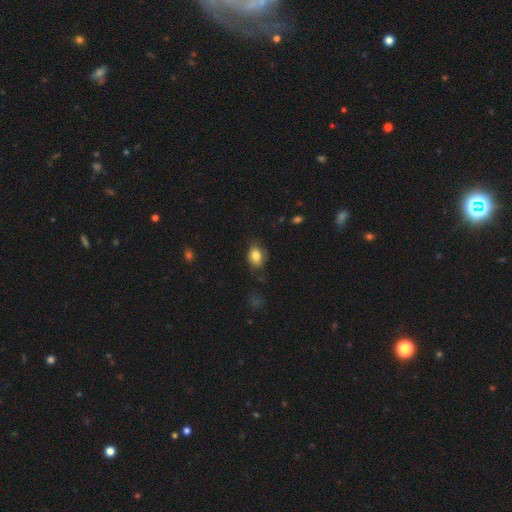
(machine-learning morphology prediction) Q: Smooth or featured?
A: smooth (82%); runner-up: star or artifact (9%)
Q: How rounded?
A: in between (70%); runner-up: round (29%)
Q: Merging?
A: none (71%); runner-up: minor disturbance (22%)